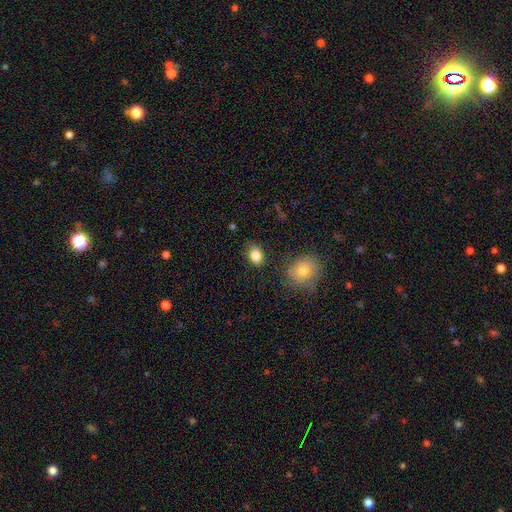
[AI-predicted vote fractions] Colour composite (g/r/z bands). It shows a smooth galaxy with no disk features (84%) that is in between round and cigar-shaped (70%). Merging: none (81%).